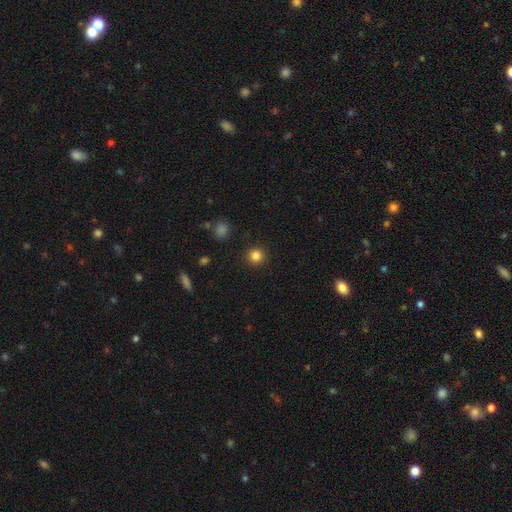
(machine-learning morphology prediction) type=smooth (84%); roundness=round (94%); merging=none (92%).